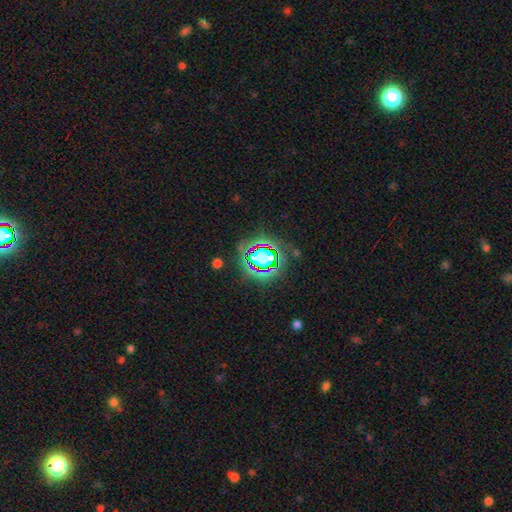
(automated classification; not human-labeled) star or artifact 79%, smooth 13%, featured or disk 9%.